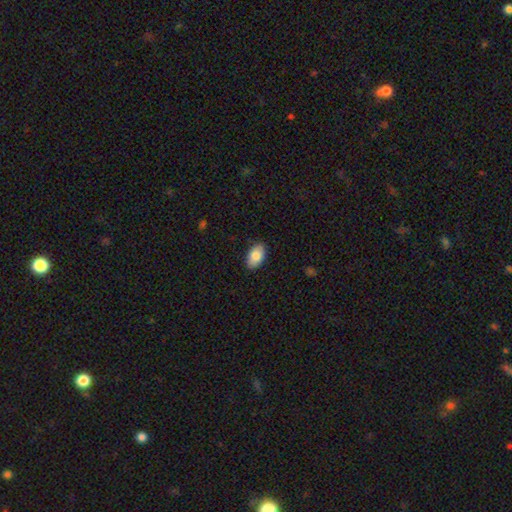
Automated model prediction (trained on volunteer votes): Smooth or featured: smooth — 86% (featured or disk — 8%)
How rounded: in between — 94% (round — 4%)
Merging: none — 88% (minor disturbance — 9%)